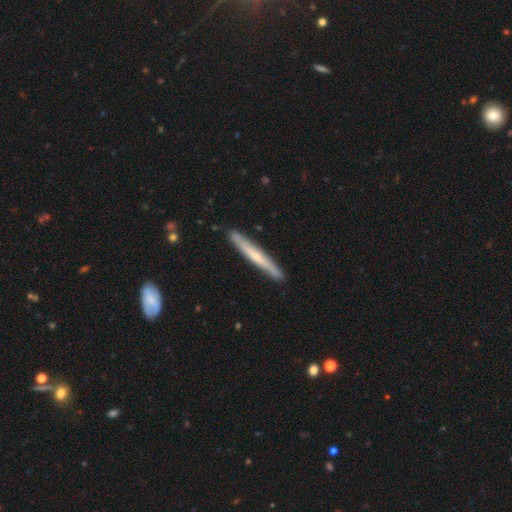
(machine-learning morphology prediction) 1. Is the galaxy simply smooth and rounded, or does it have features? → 48% featured or disk, 46% smooth, 5% star or artifact.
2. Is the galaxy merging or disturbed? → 89% none, 8% minor disturbance, 1% major disturbance, 1% merger.